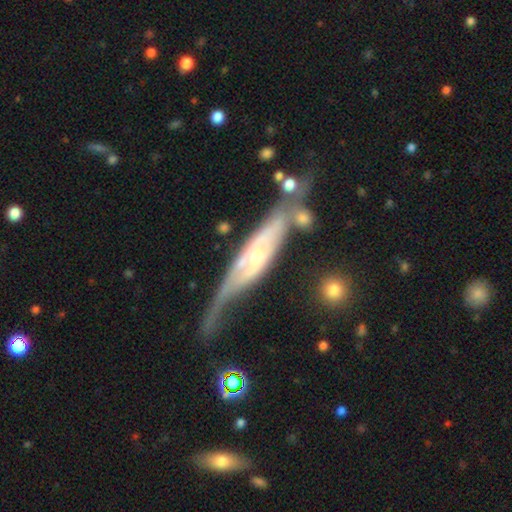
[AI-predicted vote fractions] smooth_or_featured: featured or disk (p=0.78) [alt: smooth p=0.16]
disk_edge_on: yes (p=0.52) [alt: no p=0.48]
merging: none (p=0.38) [alt: minor disturbance p=0.28]